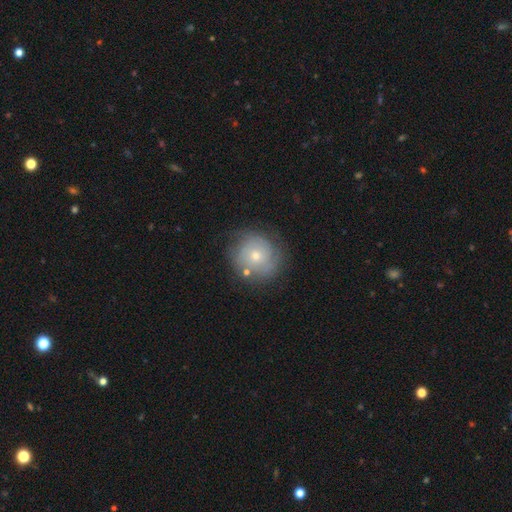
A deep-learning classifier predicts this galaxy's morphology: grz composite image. It shows a featured or disk galaxy (52%) with no bar (85%), spiral arms (71%) and a small central bulge (57%). Merging: none (74%).